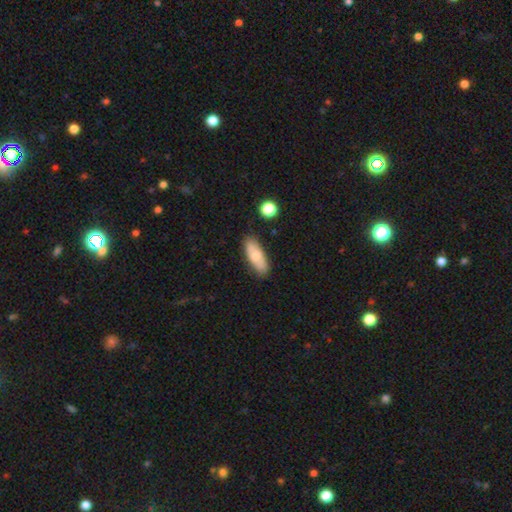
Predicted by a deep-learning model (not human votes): Smooth or featured: smooth — 71% (featured or disk — 22%)
How rounded: in between — 70% (cigar-shaped — 27%)
Merging: none — 80% (minor disturbance — 15%)